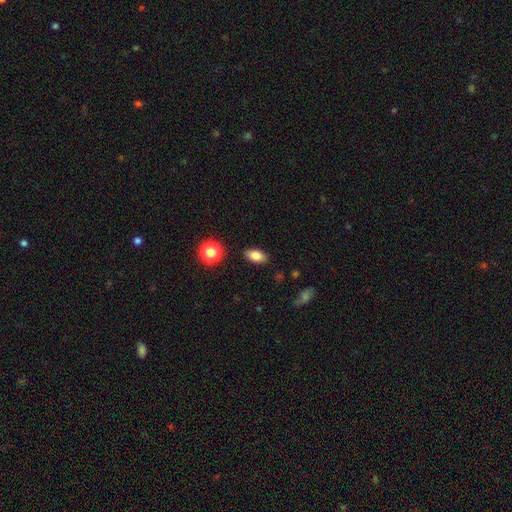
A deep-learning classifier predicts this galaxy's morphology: Q: Smooth or featured?
A: smooth (83%); runner-up: star or artifact (10%)
Q: How rounded?
A: in between (88%); runner-up: round (9%)
Q: Merging?
A: none (87%); runner-up: minor disturbance (9%)